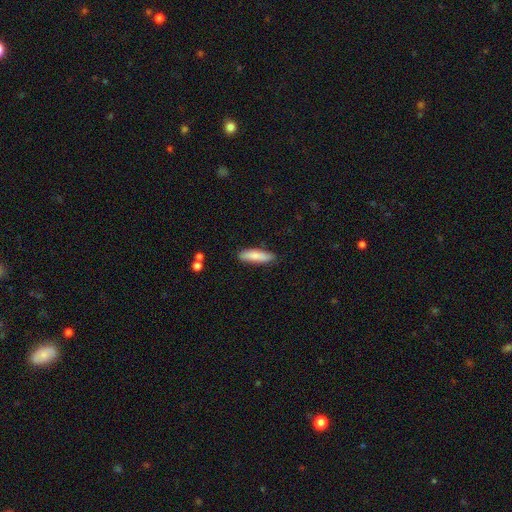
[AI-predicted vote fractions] smooth 82%, featured or disk 13%, star or artifact 6%. Down the decision tree: how rounded — cigar-shaped (63%); merging — none (85%).